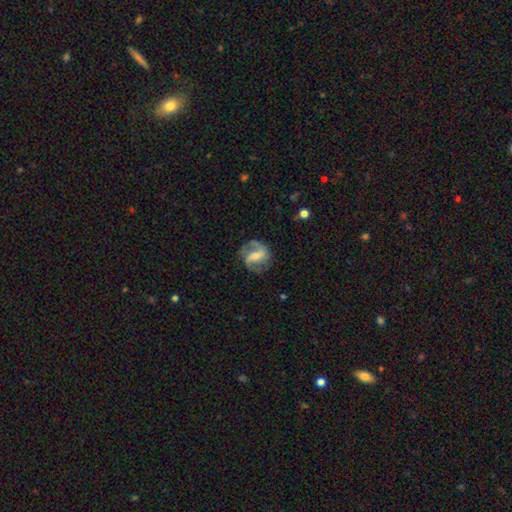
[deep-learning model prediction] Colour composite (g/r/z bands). It shows a featured or disk galaxy (76%) with a strong bar (47%), 2 (85%) medium (48%) spiral arms (88%) and a small central bulge (45%). Merging: none (71%).